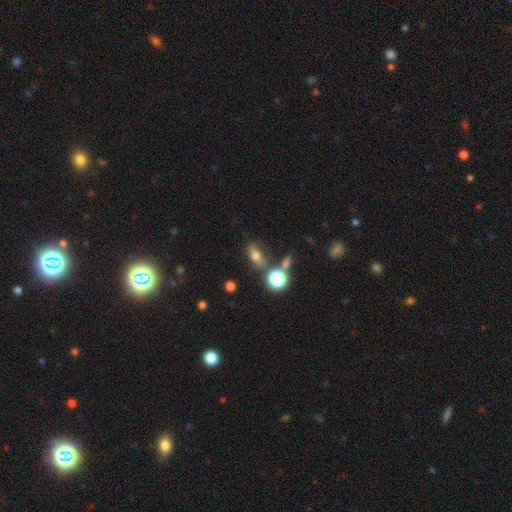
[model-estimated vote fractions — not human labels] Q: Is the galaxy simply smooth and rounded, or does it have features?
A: smooth — 56%.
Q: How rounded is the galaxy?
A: in between — 68%.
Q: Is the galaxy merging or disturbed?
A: none — 59%.